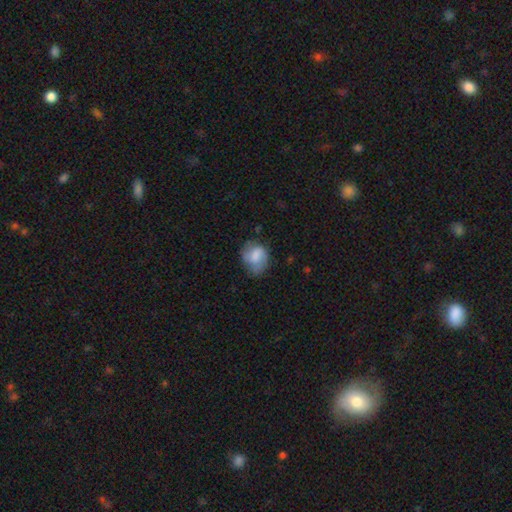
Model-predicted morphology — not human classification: Overall: smooth (69%). How rounded: round (50%; in between 49%). Merging: none (53%; minor disturbance 31%).